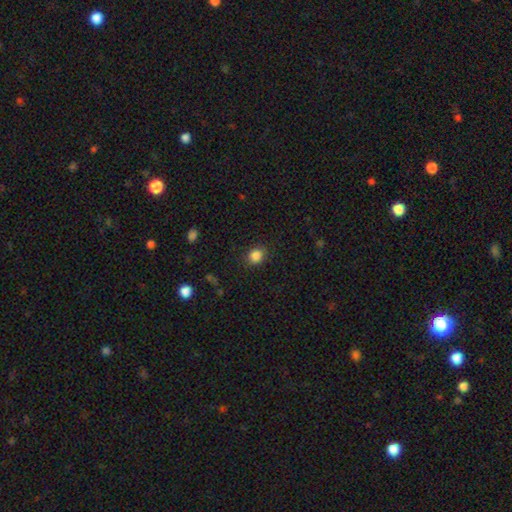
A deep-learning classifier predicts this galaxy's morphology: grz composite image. It shows a smooth galaxy with no disk features (86%) that is round (71%). Merging: none (86%).